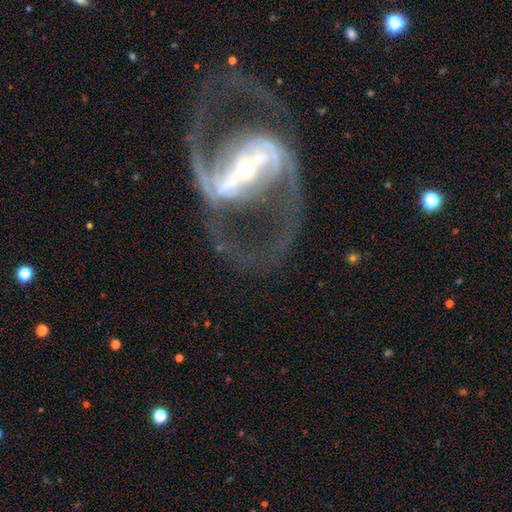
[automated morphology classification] Smooth or featured? Predicted: featured or disk (p=0.91). Edge-on disk? Predicted: no (p=0.96). Bar? Predicted: strong (p=0.71). Spiral arms? Predicted: yes (p=0.95). Spiral winding? Predicted: medium (p=0.52). Spiral arm count? Predicted: 2 (p=0.90). Bulge size? Predicted: small (p=0.56). Merging? Predicted: none (p=0.65).